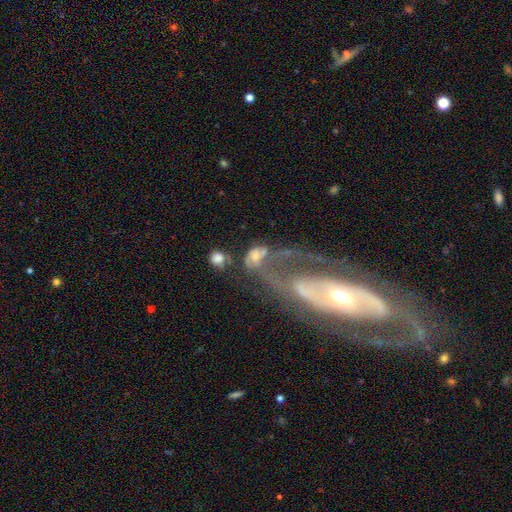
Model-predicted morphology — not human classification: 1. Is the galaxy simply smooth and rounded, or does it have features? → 51% featured or disk, 34% smooth, 15% star or artifact.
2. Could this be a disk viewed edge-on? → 93% no, 7% yes.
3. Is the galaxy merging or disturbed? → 37% merger, 25% major disturbance, 25% none, 13% minor disturbance.